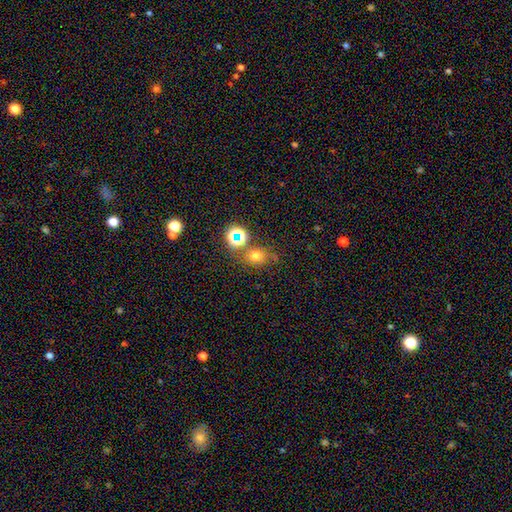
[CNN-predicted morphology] Smooth or featured? Predicted: smooth (p=0.66). How rounded? Predicted: round (p=0.66). Merging? Predicted: none (p=0.67).